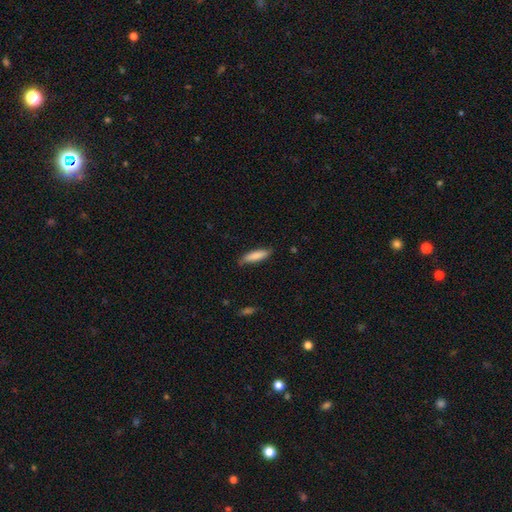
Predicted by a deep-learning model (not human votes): Smooth or featured? smooth (84%)
How rounded? cigar-shaped (71%)
Merging? none (81%)